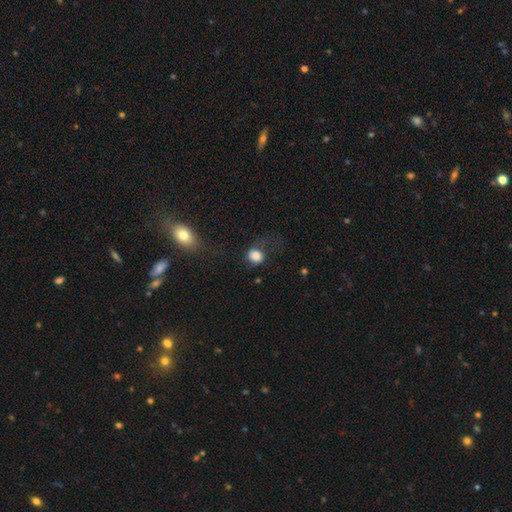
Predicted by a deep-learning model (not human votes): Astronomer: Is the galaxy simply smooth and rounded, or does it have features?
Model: smooth — 82%.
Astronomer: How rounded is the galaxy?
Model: round — 72%.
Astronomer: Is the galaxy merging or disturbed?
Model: none — 45% (runner-up: major disturbance, 28%).